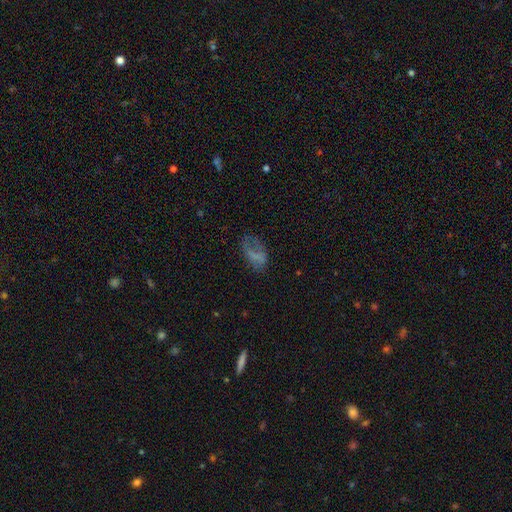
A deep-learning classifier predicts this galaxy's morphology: Smooth or featured: smooth — 57% (featured or disk — 28%)
How rounded: in between — 88% (round — 7%)
Merging: none — 38% (major disturbance — 33%)